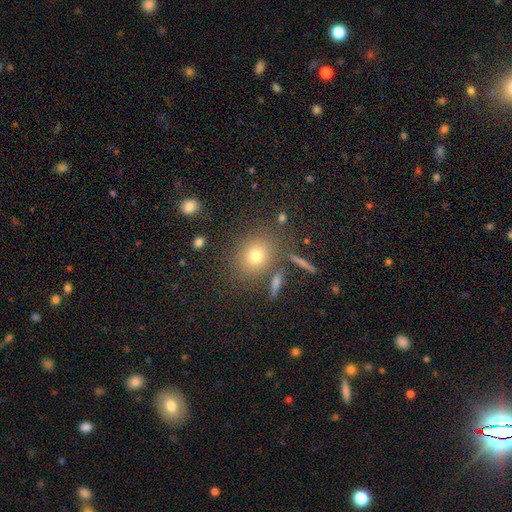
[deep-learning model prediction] Smooth or featured? smooth (71%)
How rounded? round (72%)
Merging? none (78%)